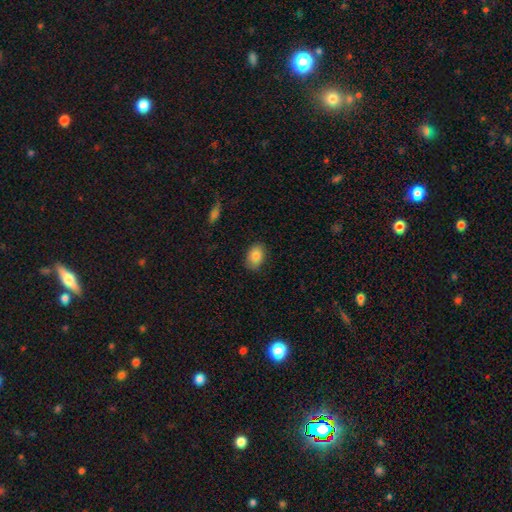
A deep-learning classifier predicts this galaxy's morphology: smooth 86%, star or artifact 7%, featured or disk 7%. Down the decision tree: how rounded — in between (84%); merging — none (85%).